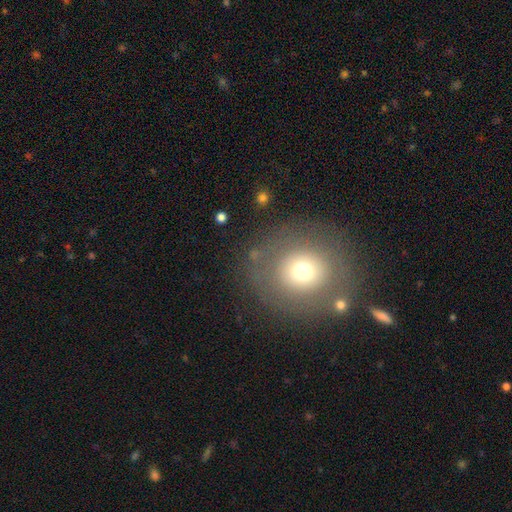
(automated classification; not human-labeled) A smooth galaxy with no disk features (64%) that is round (86%). Merging: none (82%).